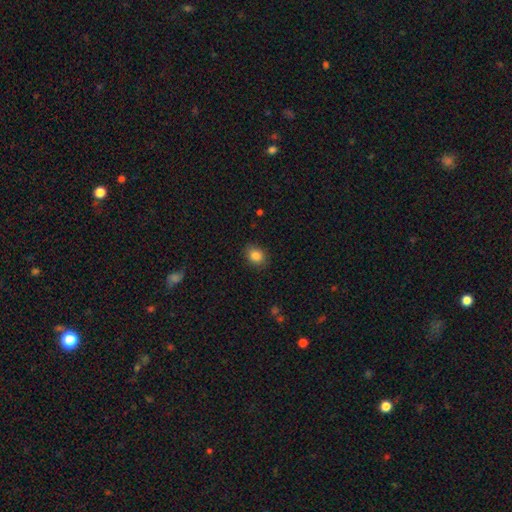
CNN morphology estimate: The model was most divided on "how rounded": round: 54%, in between: 45%, cigar-shaped: 1%. More confident: merging — none (86%); smooth or featured — smooth (85%).